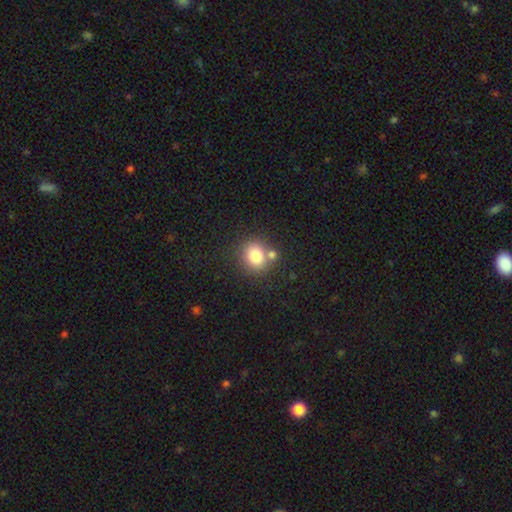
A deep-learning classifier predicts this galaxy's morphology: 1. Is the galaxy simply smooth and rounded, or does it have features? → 79% smooth, 12% star or artifact, 9% featured or disk.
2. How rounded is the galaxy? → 80% round, 19% in between, 1% cigar-shaped.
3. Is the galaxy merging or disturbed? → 65% none, 22% merger, 10% minor disturbance, 3% major disturbance.